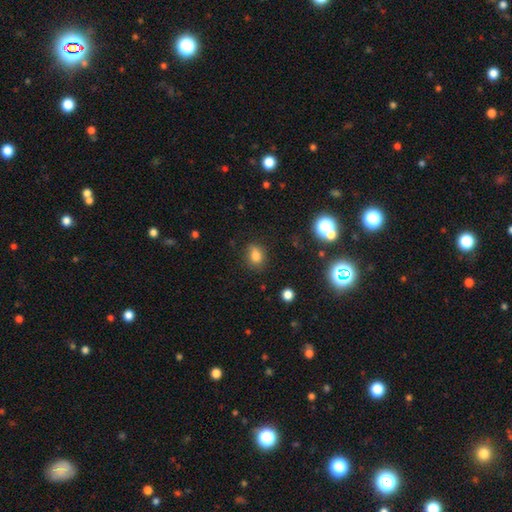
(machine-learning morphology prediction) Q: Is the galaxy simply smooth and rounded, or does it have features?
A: smooth — 79%.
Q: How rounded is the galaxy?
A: in between — 51%.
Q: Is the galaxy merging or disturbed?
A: none — 76%.